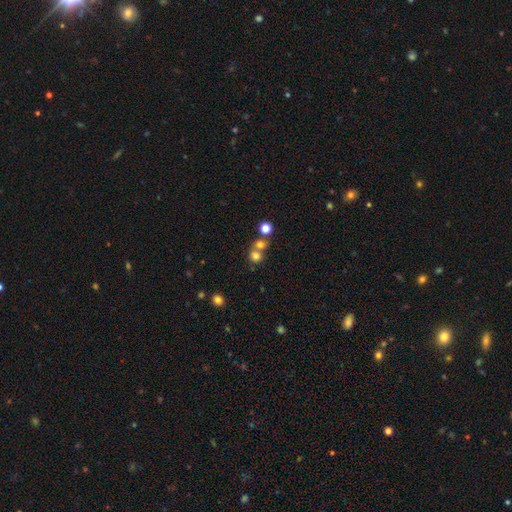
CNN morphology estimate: smooth-or-featured: smooth: 74% | star or artifact: 16% | featured or disk: 11%
  how-rounded: round: 82% | in between: 17% | cigar-shaped: 1%
  merging: none: 46% | merger: 44% | minor disturbance: 7% | major disturbance: 4%